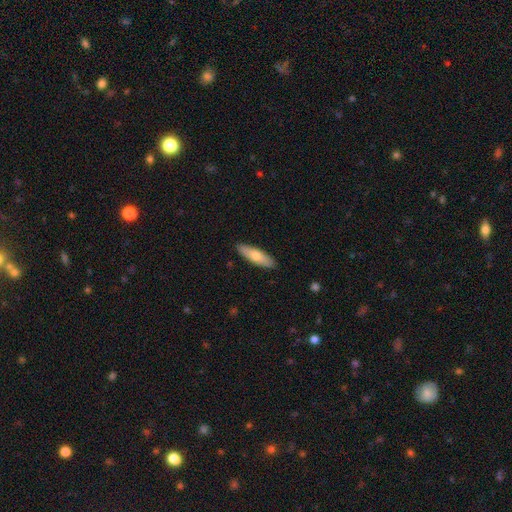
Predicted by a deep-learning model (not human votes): smooth 69%, featured or disk 26%, star or artifact 5%. Down the decision tree: how rounded — cigar-shaped (55%); merging — none (90%).